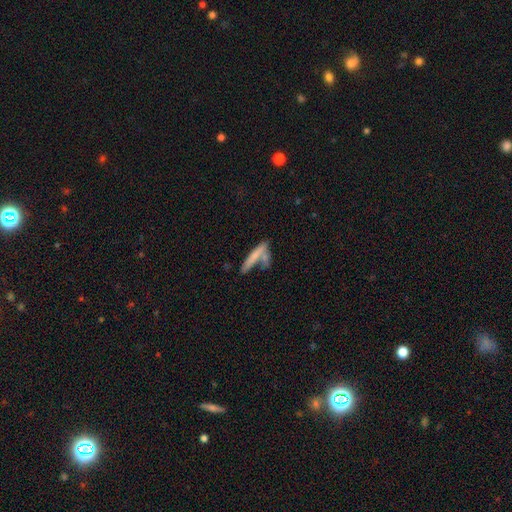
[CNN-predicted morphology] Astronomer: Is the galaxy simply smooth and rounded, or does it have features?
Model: smooth — 64%.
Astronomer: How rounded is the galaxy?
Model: cigar-shaped — 86%.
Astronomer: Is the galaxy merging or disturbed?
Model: none — 46% (runner-up: merger, 33%).